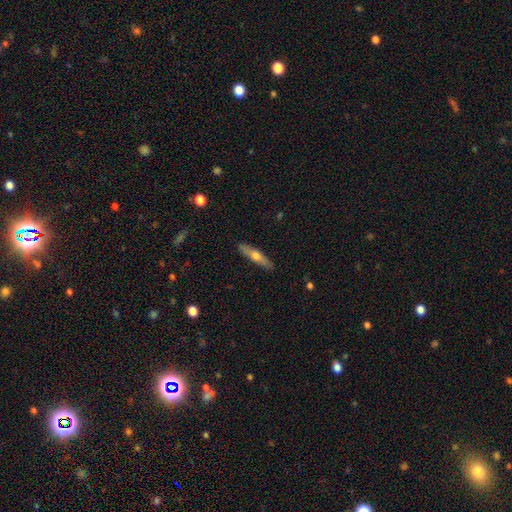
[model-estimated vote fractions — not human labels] Smooth or featured? smooth (50%)
Merging? none (89%)